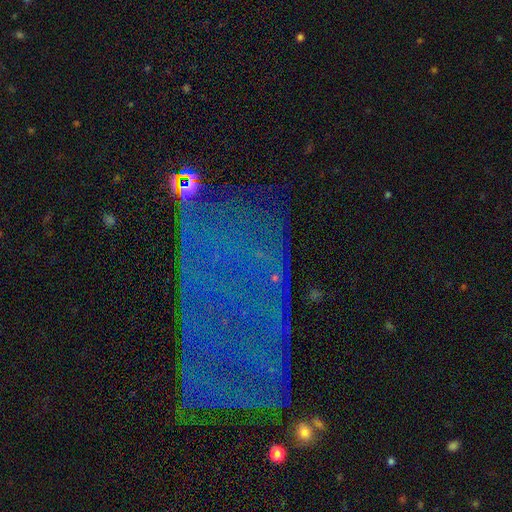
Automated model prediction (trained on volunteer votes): Overall: star or artifact (55%; featured or disk 27%).